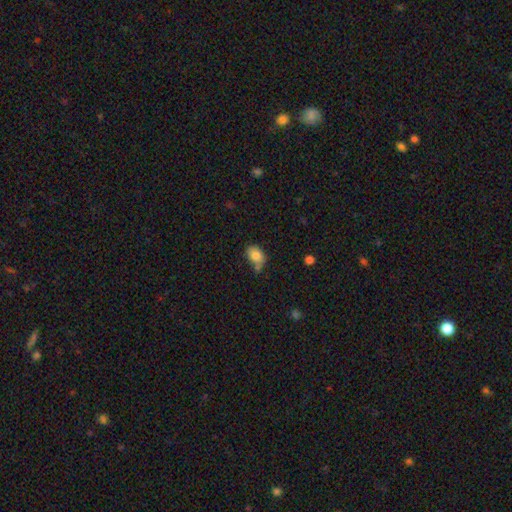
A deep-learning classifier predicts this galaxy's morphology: Overall: smooth (81%). How rounded: in between (74%). Merging: none (48%; minor disturbance 28%).